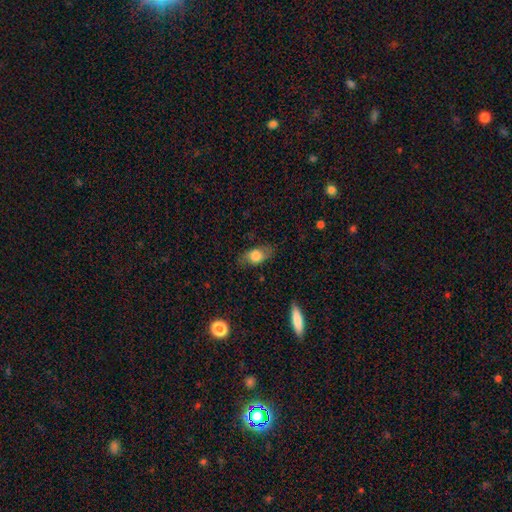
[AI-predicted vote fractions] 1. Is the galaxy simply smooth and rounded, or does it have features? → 70% smooth, 22% featured or disk, 8% star or artifact.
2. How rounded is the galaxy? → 80% in between, 13% round, 7% cigar-shaped.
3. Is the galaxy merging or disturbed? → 77% none, 17% minor disturbance, 5% major disturbance, 1% merger.